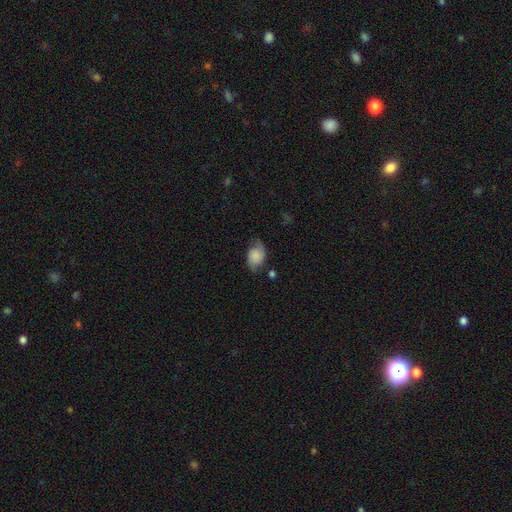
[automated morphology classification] This appears to be a featured or disk galaxy (47%). Merging: none (63%).